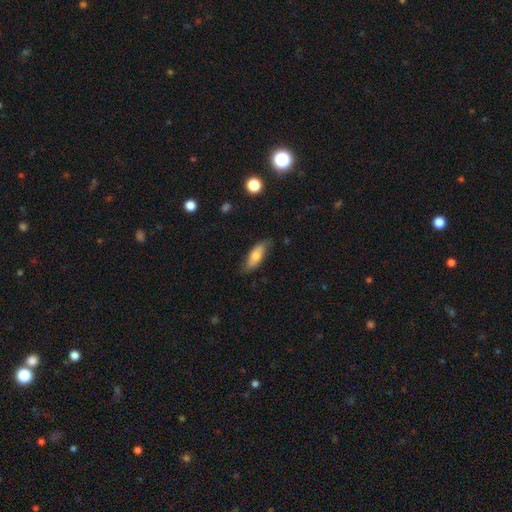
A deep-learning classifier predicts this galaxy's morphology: smooth-or-featured: smooth: 71% | featured or disk: 22% | star or artifact: 7%
  how-rounded: in between: 73% | cigar-shaped: 25% | round: 3%
  merging: none: 75% | minor disturbance: 20% | major disturbance: 4% | merger: 1%